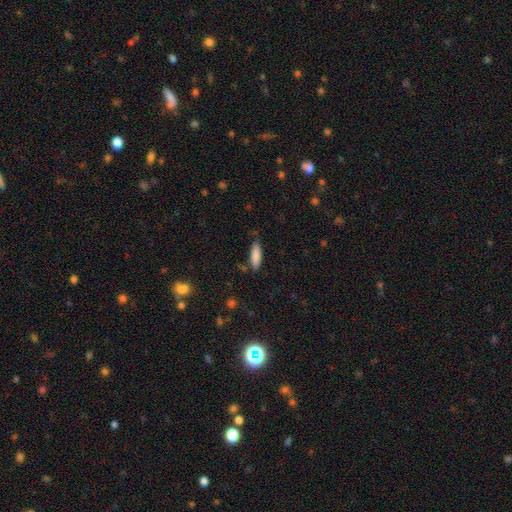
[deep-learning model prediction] Q: Smooth or featured?
A: smooth (85%); runner-up: featured or disk (9%)
Q: How rounded?
A: cigar-shaped (55%); runner-up: in between (44%)
Q: Merging?
A: none (77%); runner-up: minor disturbance (17%)